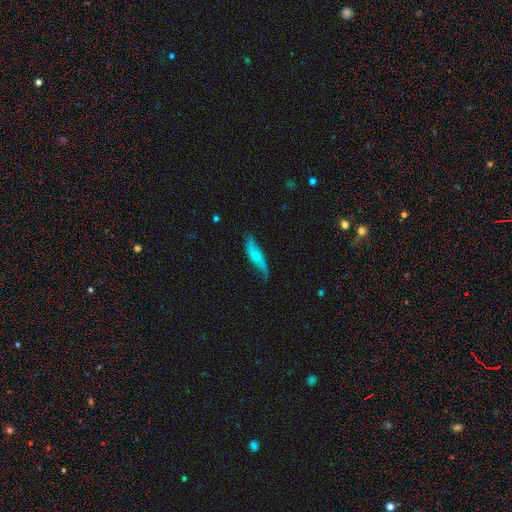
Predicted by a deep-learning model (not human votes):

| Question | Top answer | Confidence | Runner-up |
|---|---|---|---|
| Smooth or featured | featured or disk | 49% | smooth (45%) |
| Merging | none | 57% | minor disturbance (31%) |